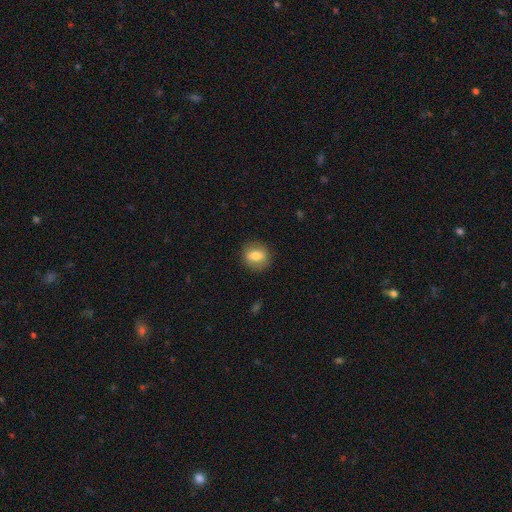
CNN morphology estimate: smooth_or_featured: smooth (p=0.68) [alt: featured or disk p=0.23]
how_rounded: round (p=0.64) [alt: in between p=0.35]
merging: none (p=0.86) [alt: minor disturbance p=0.10]